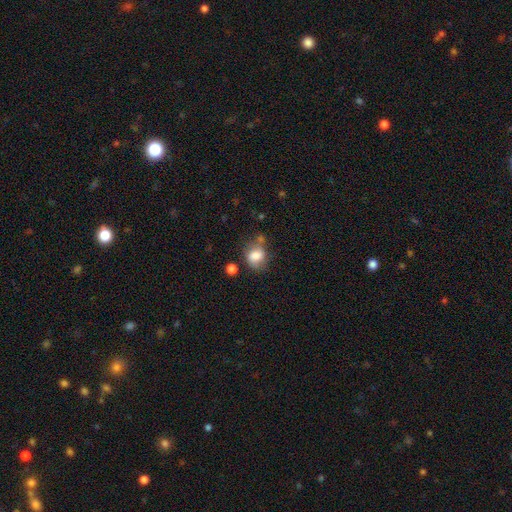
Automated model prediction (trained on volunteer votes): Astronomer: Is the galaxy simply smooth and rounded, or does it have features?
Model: smooth — 76%.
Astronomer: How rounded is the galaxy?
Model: round — 52% (runner-up: in between, 47%).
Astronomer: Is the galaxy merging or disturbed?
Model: none — 51%.